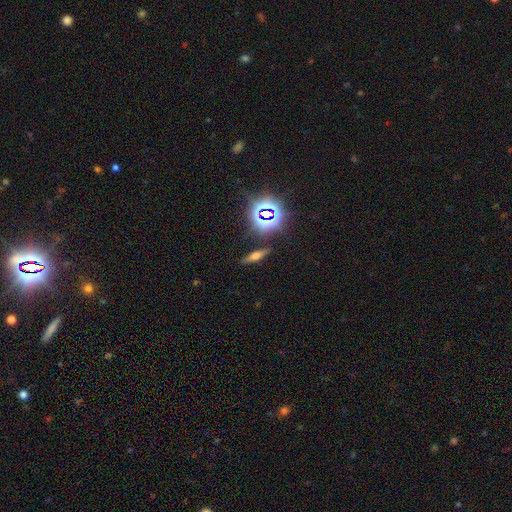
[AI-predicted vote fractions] smooth 39%, featured or disk 37%, star or artifact 24%. Down the decision tree: merging — none (86%).